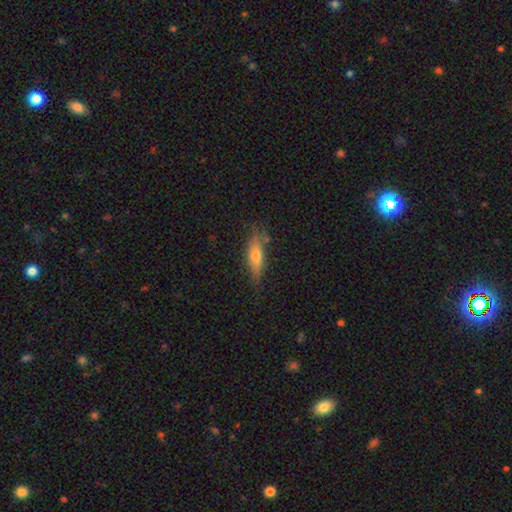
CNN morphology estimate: smooth-or-featured: smooth: 53% | featured or disk: 39% | star or artifact: 8%
  how-rounded: cigar-shaped: 54% | in between: 43% | round: 3%
  merging: none: 75% | minor disturbance: 18% | major disturbance: 4% | merger: 3%